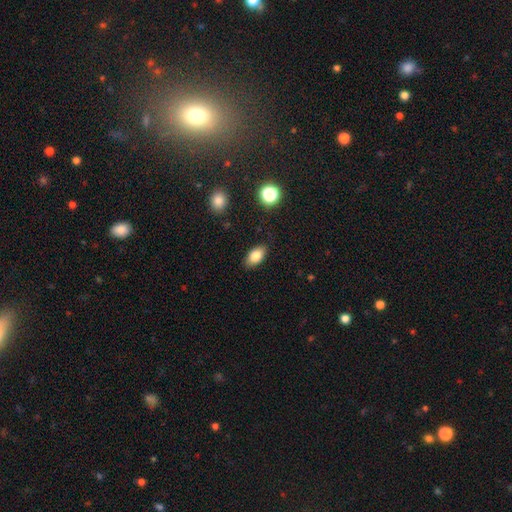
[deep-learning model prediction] A smooth galaxy with no disk features (81%) that is in between round and cigar-shaped (89%).

Vote fractions:
- Smooth or featured? smooth: 81% / featured or disk: 10% / star or artifact: 9%
- How rounded? in between: 89% / round: 7% / cigar-shaped: 4%
- Merging? none: 86% / minor disturbance: 11% / major disturbance: 2% / merger: 1%